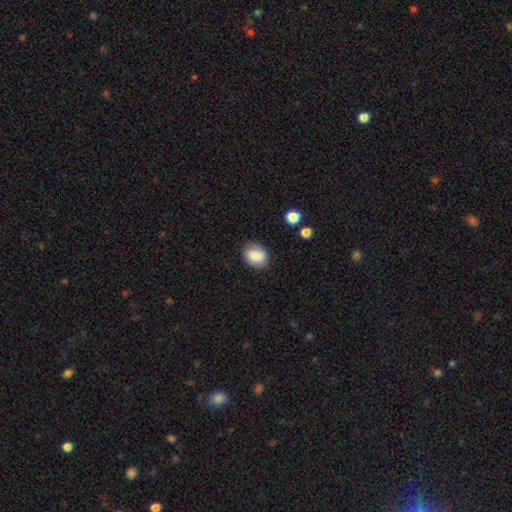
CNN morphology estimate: Overall: smooth (84%). How rounded: in between (61%; round 38%). Merging: none (77%).